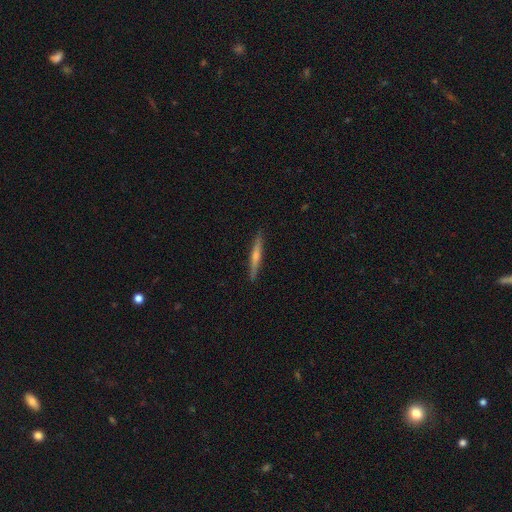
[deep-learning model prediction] smooth-or-featured: featured or disk: 61% | smooth: 31% | star or artifact: 8%
  disk-edge-on: yes: 95% | no: 5%
    edge-on-bulge: rounded: 78% | none: 16% | boxy: 6%
  merging: none: 90% | minor disturbance: 7% | major disturbance: 1% | merger: 1%